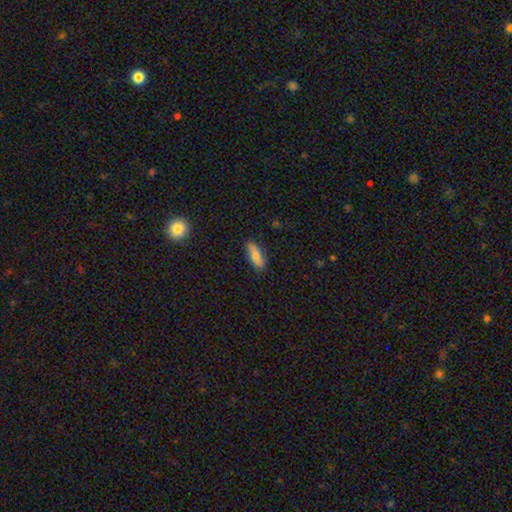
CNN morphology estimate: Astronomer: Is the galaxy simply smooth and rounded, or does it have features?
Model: smooth — 78%.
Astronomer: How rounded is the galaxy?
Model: in between — 66%.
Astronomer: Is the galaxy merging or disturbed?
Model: none — 82%.